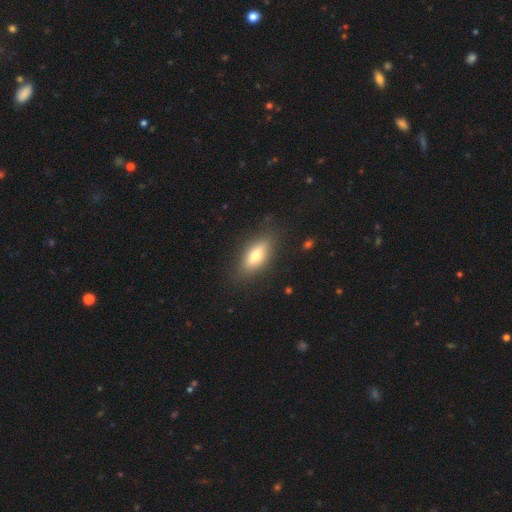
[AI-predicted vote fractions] Smooth or featured?
  - smooth: 58% *
  - featured or disk: 34%
  - star or artifact: 8%
How rounded?
  - in between: 72% *
  - cigar-shaped: 24%
  - round: 5%
Merging?
  - none: 82% *
  - minor disturbance: 12%
  - major disturbance: 4%
  - merger: 1%